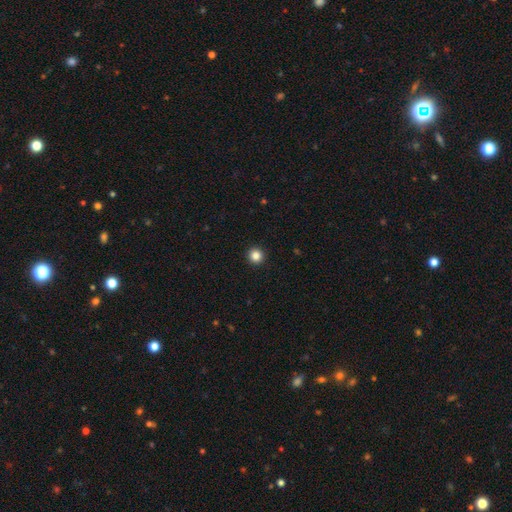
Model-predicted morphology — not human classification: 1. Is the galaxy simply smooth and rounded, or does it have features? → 84% smooth, 12% star or artifact, 4% featured or disk.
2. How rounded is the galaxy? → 96% round, 3% in between, 1% cigar-shaped.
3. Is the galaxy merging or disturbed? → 94% none, 4% minor disturbance, 1% major disturbance, 1% merger.